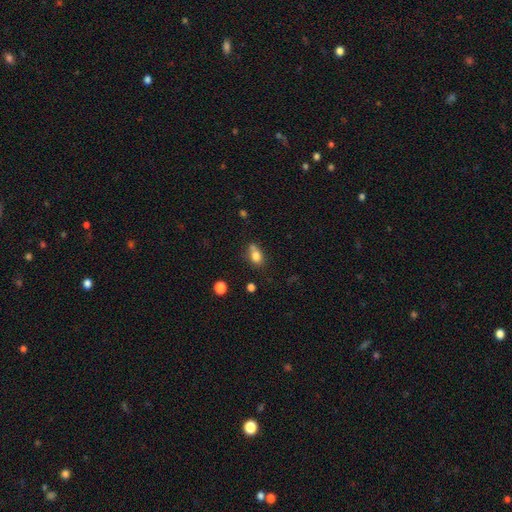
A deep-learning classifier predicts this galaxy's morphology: Q: Smooth or featured?
A: smooth (78%); runner-up: star or artifact (11%)
Q: How rounded?
A: in between (68%); runner-up: round (30%)
Q: Merging?
A: none (47%); runner-up: merger (27%)